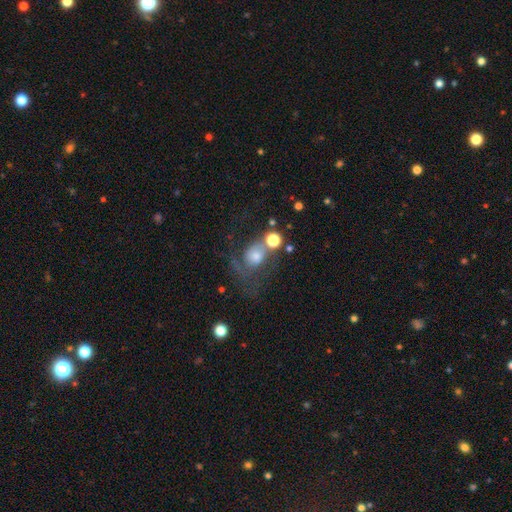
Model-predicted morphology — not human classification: The model was most divided on "merging": major disturbance: 33%, none: 31%, merger: 19%, minor disturbance: 17%. Remaining: smooth or featured — smooth (44%).